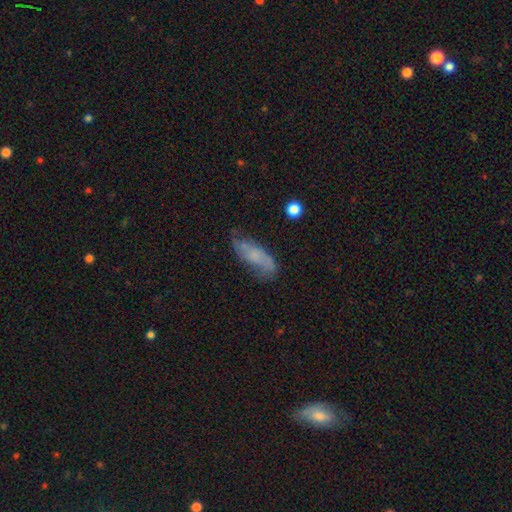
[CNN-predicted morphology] Smooth or featured? smooth (48%)
Merging? none (53%)